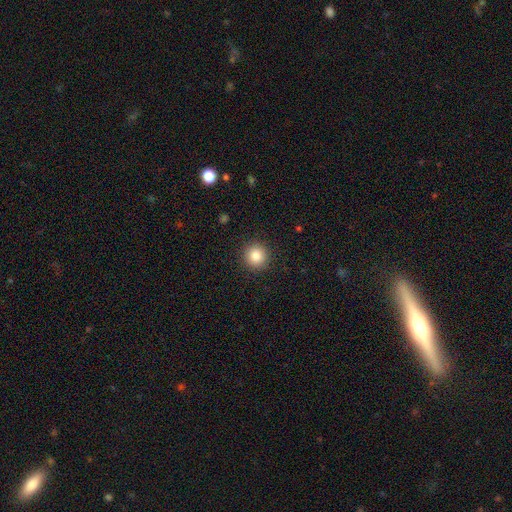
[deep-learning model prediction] Overall: smooth (85%). How rounded: round (94%). Merging: none (91%).